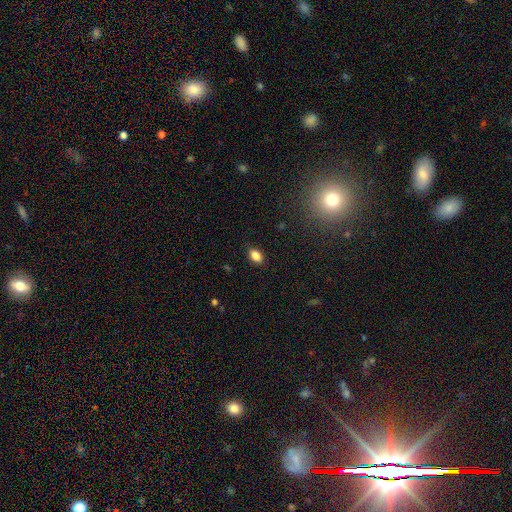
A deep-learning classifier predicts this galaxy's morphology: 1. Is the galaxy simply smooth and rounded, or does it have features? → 85% smooth, 10% star or artifact, 5% featured or disk.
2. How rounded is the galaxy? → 83% in between, 15% round, 2% cigar-shaped.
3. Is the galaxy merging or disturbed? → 87% none, 10% minor disturbance, 2% major disturbance, 1% merger.